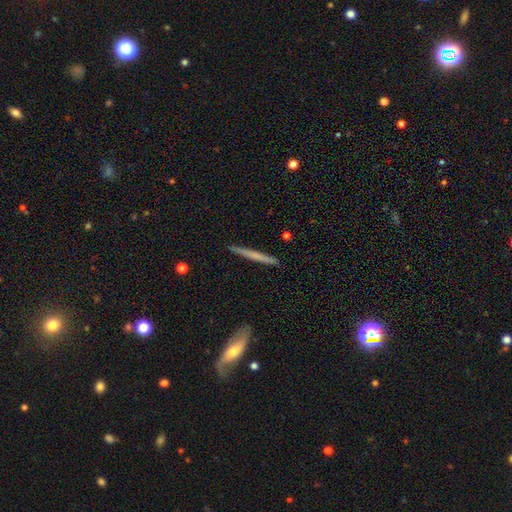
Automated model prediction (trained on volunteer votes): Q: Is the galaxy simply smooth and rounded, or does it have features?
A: smooth — 50%.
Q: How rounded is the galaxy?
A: cigar-shaped — 97%.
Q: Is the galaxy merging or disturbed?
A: none — 91%.